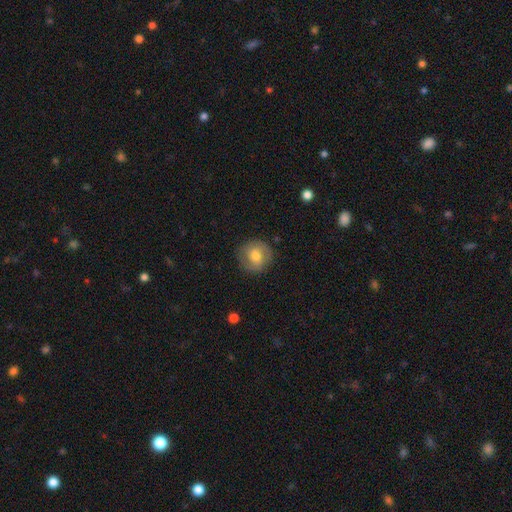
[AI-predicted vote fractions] Smooth or featured?
  - smooth: 63% *
  - featured or disk: 29%
  - star or artifact: 8%
How rounded?
  - round: 90% *
  - in between: 9%
  - cigar-shaped: 1%
Merging?
  - none: 85% *
  - minor disturbance: 11%
  - major disturbance: 4%
  - merger: 1%